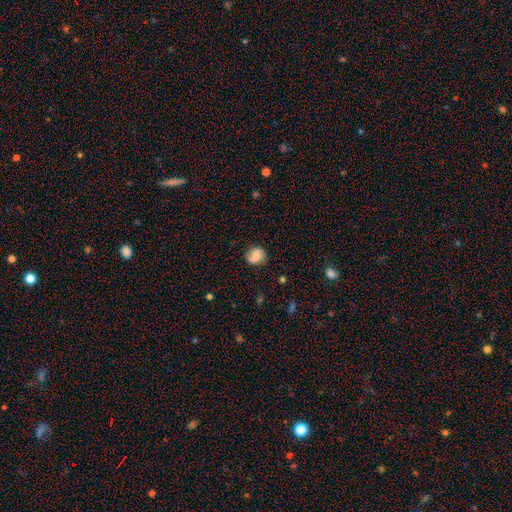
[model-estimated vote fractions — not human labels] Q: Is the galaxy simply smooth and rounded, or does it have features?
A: smooth — 59%.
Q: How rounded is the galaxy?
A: round — 77%.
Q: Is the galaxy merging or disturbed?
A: none — 76%.